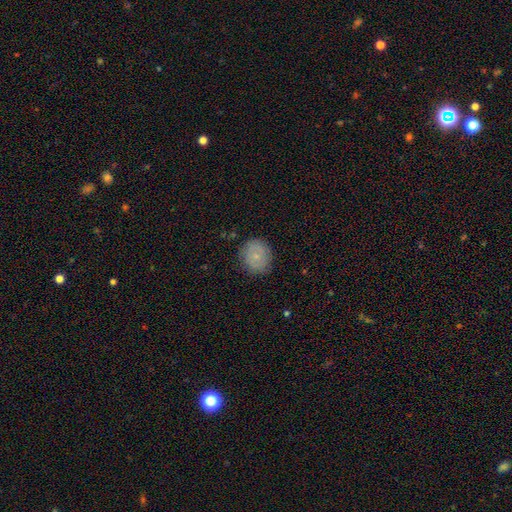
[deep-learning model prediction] Overall: smooth (70%). How rounded: round (80%). Merging: none (83%).